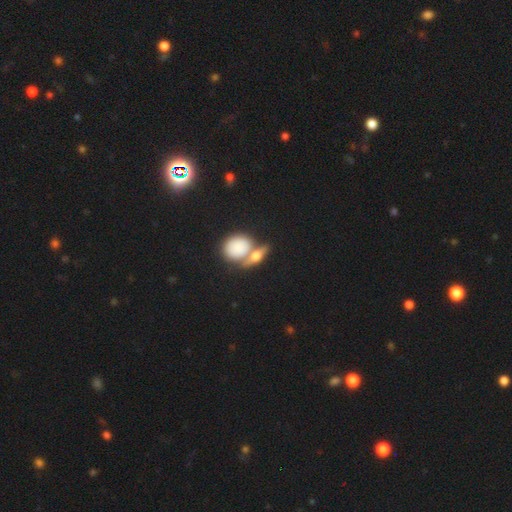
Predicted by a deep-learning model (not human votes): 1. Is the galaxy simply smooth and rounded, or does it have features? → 56% smooth, 34% featured or disk, 11% star or artifact.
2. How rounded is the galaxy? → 45% in between, 41% round, 14% cigar-shaped.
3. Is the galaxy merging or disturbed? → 48% none, 37% merger, 10% minor disturbance, 5% major disturbance.